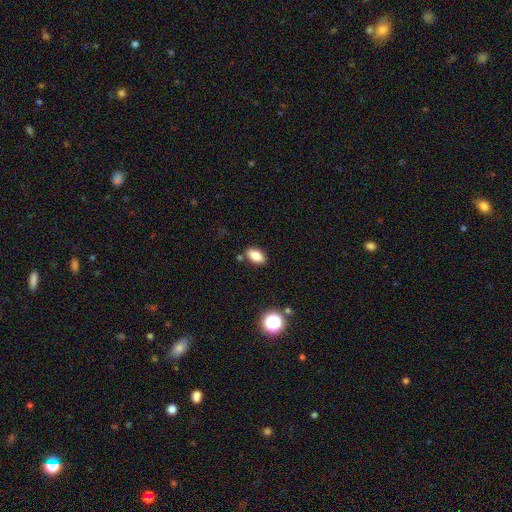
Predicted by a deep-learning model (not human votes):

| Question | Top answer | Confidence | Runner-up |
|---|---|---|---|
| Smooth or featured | smooth | 82% | star or artifact (9%) |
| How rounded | in between | 90% | round (6%) |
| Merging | none | 83% | minor disturbance (10%) |